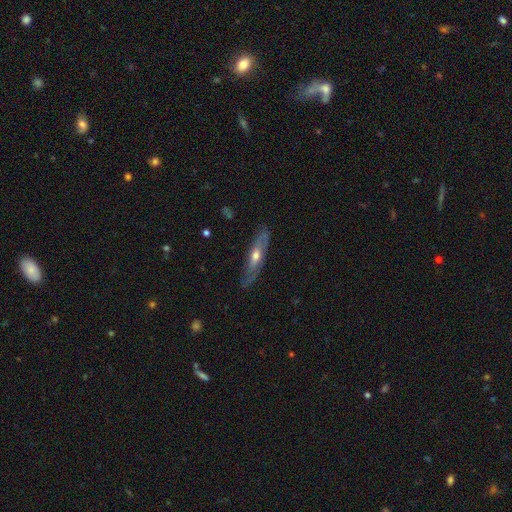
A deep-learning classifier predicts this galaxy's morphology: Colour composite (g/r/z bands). It shows a featured or disk galaxy (59%) viewed edge-on (55%). Merging: none (79%).